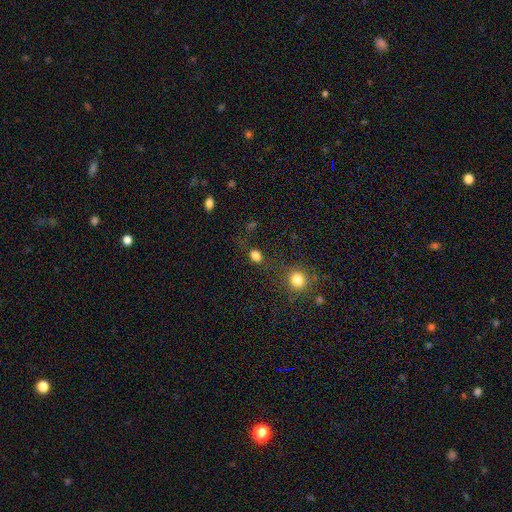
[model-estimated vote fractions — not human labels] smooth_or_featured: smooth (p=0.80) [alt: star or artifact p=0.15]
how_rounded: in between (p=0.54) [alt: round p=0.44]
merging: none (p=0.71) [alt: minor disturbance p=0.14]